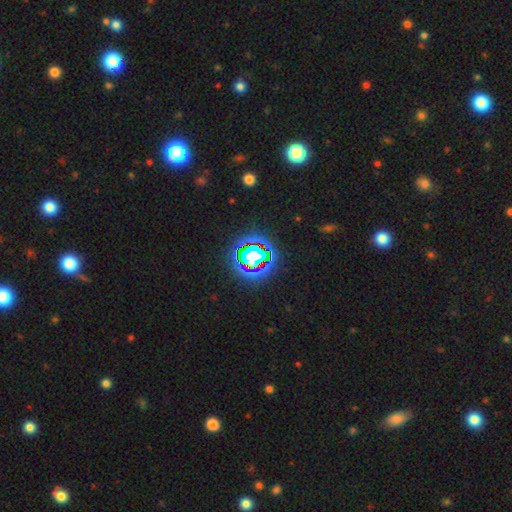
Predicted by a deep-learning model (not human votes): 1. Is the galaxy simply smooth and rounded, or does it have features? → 75% star or artifact, 15% smooth, 10% featured or disk.